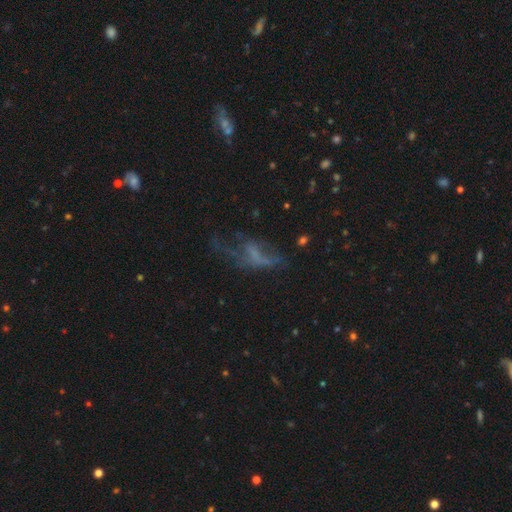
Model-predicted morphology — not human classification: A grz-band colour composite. It shows a featured or disk galaxy (47%). Merging: major disturbance (46%).